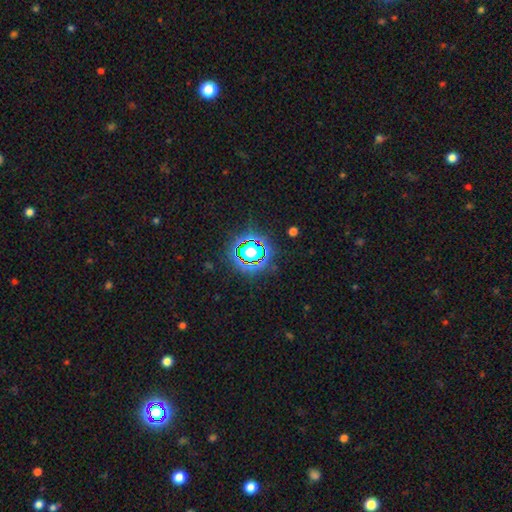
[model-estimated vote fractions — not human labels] This appears to be a star or artifact, not a galaxy (64%).